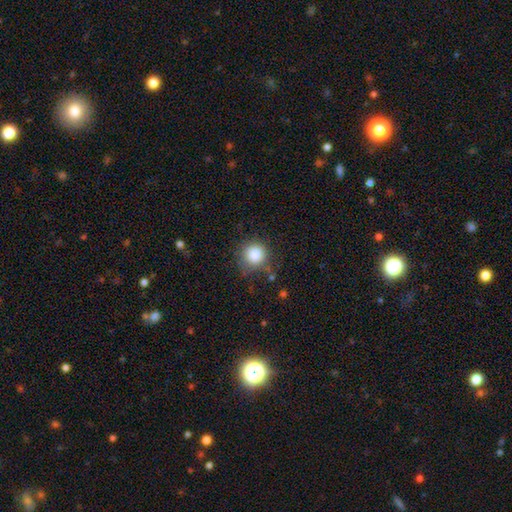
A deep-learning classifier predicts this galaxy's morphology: smooth 85%, star or artifact 10%, featured or disk 4%. Down the decision tree: how rounded — round (92%); merging — none (74%).